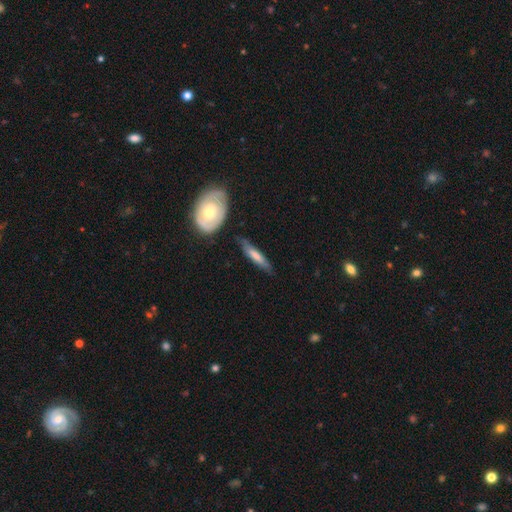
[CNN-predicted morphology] type=smooth (58%); roundness=cigar-shaped (81%); merging=none (69%).